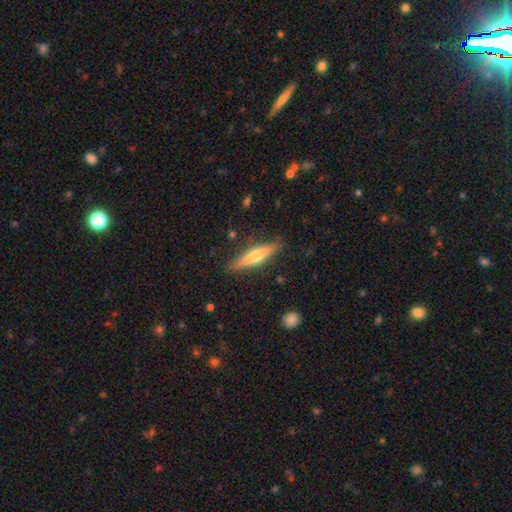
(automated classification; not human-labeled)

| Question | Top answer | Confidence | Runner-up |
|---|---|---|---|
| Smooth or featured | featured or disk | 55% | smooth (39%) |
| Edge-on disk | yes | 95% | no (5%) |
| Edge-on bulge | rounded | 84% | none (10%) |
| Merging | none | 87% | minor disturbance (9%) |